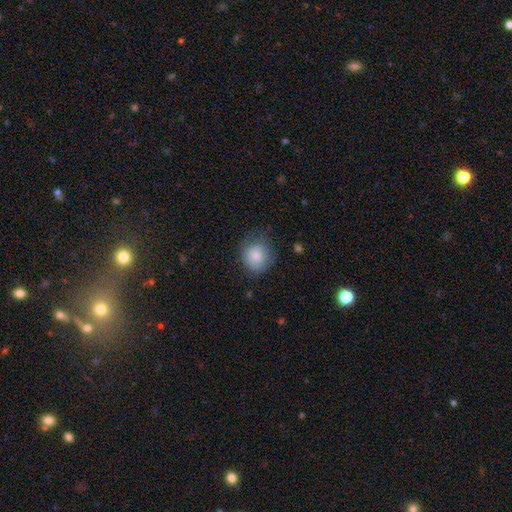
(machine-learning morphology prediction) The model was most divided on "merging": none: 68%, minor disturbance: 23%, major disturbance: 8%, merger: 1%. More confident: how rounded — round (83%); smooth or featured — smooth (82%).